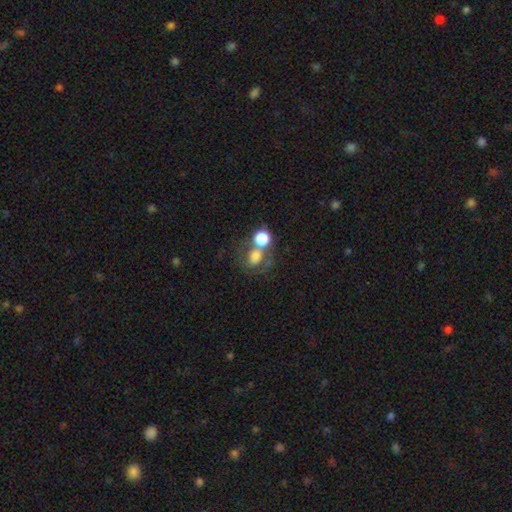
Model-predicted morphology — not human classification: smooth_or_featured: smooth (p=0.69) [alt: featured or disk p=0.17]
how_rounded: round (p=0.64) [alt: in between p=0.34]
merging: merger (p=0.50) [alt: none p=0.32]